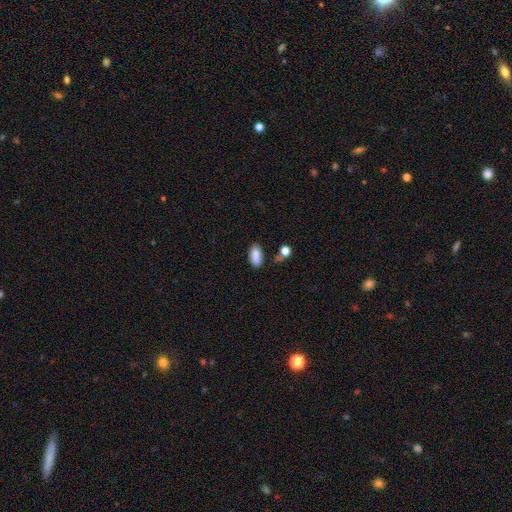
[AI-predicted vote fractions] Q: Smooth or featured?
A: smooth (85%); runner-up: star or artifact (9%)
Q: How rounded?
A: in between (90%); runner-up: cigar-shaped (7%)
Q: Merging?
A: none (60%); runner-up: minor disturbance (24%)